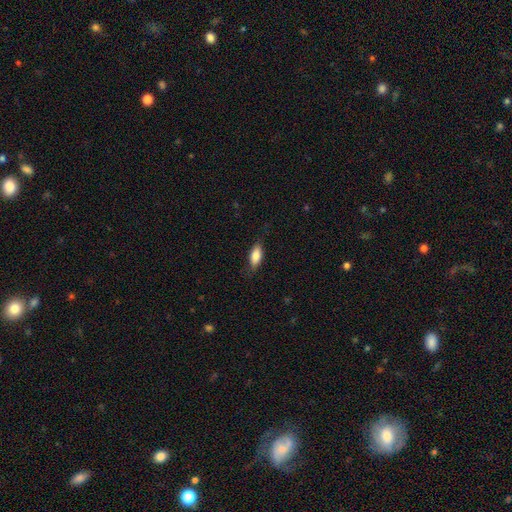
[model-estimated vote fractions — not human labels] A smooth galaxy with no disk features (81%) that is in between round and cigar-shaped (80%). Merging: none (79%).